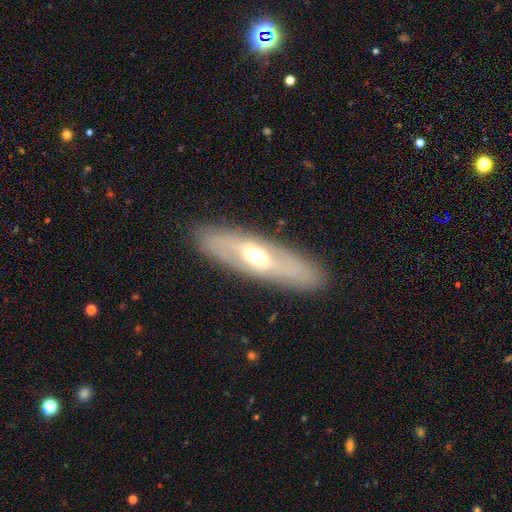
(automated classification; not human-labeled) featured or disk 61%, smooth 33%, star or artifact 6%. Down the decision tree: edge-on disk — no (67%); merging — none (86%).